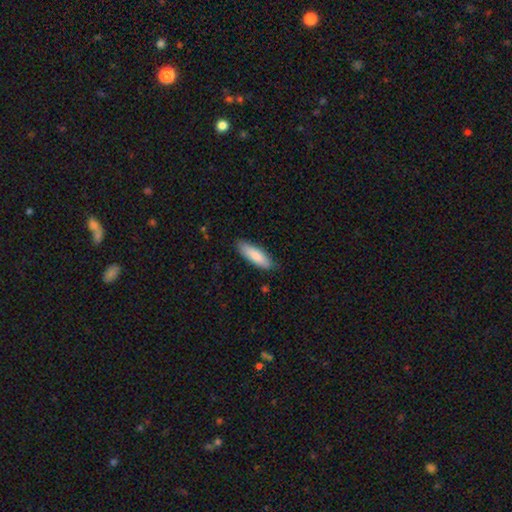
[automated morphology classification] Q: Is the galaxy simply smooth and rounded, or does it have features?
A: smooth — 85%.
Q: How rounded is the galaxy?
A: cigar-shaped — 54%.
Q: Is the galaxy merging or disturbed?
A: none — 85%.